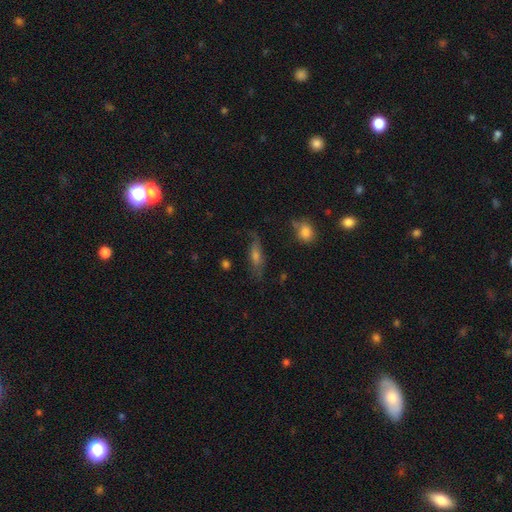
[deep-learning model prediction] Smooth or featured? smooth (46%)
Merging? none (69%)